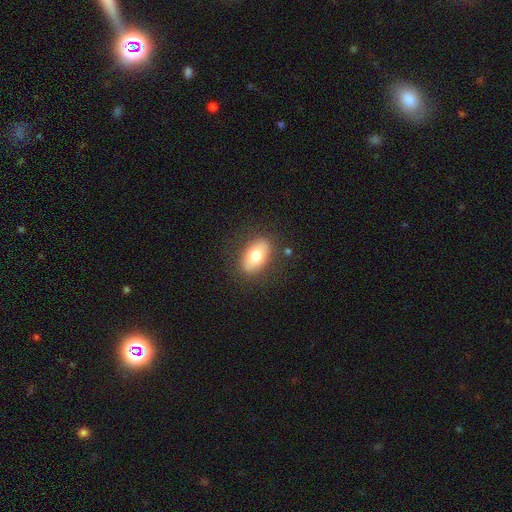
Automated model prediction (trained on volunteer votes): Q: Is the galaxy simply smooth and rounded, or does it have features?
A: smooth — 73%.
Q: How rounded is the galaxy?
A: in between — 89%.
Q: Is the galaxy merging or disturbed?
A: none — 83%.